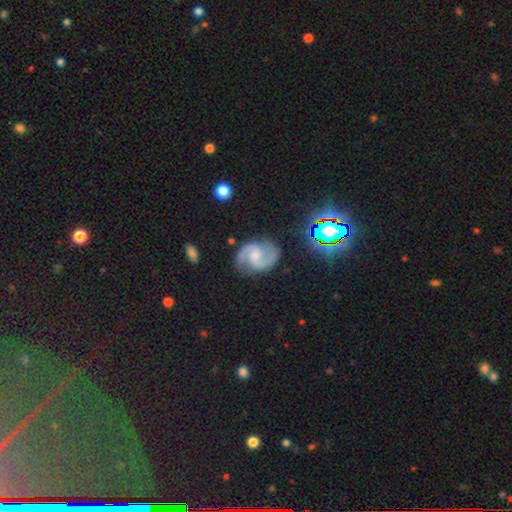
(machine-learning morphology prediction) Q: Smooth or featured?
A: featured or disk (90%); runner-up: star or artifact (5%)
Q: Edge-on disk?
A: no (98%); runner-up: yes (2%)
Q: Bar?
A: no (47%); runner-up: weak (43%)
Q: Spiral arms?
A: yes (98%); runner-up: no (2%)
Q: Spiral winding?
A: medium (62%); runner-up: loose (23%)
Q: Spiral arm count?
A: 2 (94%); runner-up: can't tell (2%)
Q: Bulge size?
A: small (51%); runner-up: moderate (36%)
Q: Merging?
A: none (80%); runner-up: minor disturbance (14%)